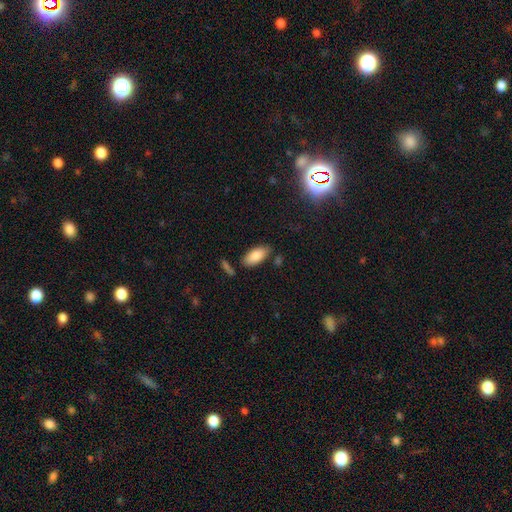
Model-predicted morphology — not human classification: Smooth or featured?
  - smooth: 85% *
  - featured or disk: 9%
  - star or artifact: 6%
How rounded?
  - in between: 91% *
  - cigar-shaped: 7%
  - round: 2%
Merging?
  - none: 79% *
  - minor disturbance: 13%
  - merger: 5%
  - major disturbance: 3%